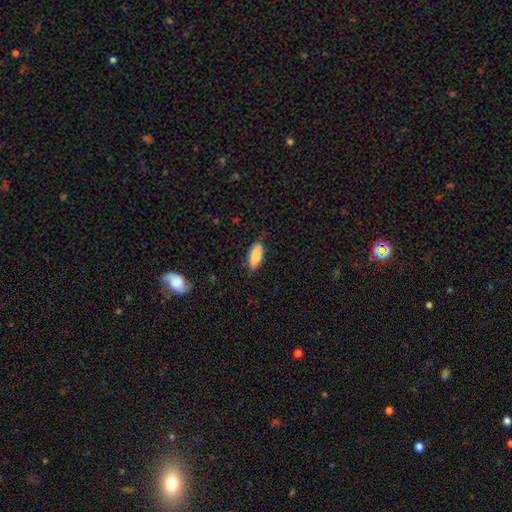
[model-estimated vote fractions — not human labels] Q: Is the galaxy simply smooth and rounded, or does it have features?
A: smooth — 84%.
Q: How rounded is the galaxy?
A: in between — 79%.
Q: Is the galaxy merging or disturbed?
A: none — 77%.